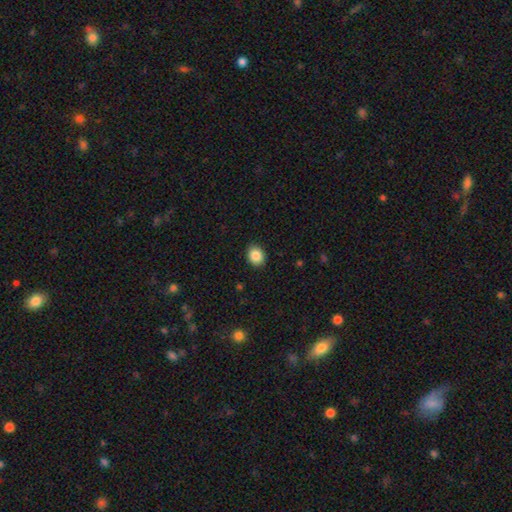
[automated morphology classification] Smooth or featured? Predicted: smooth (p=0.87). How rounded? Predicted: round (p=0.56). Merging? Predicted: none (p=0.90).